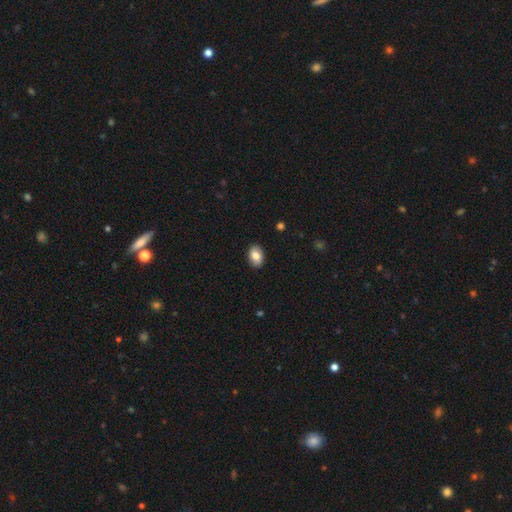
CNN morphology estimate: smooth-or-featured: smooth: 80% | featured or disk: 13% | star or artifact: 7%
  how-rounded: in between: 87% | round: 12% | cigar-shaped: 1%
  merging: none: 89% | minor disturbance: 8% | major disturbance: 2% | merger: 1%